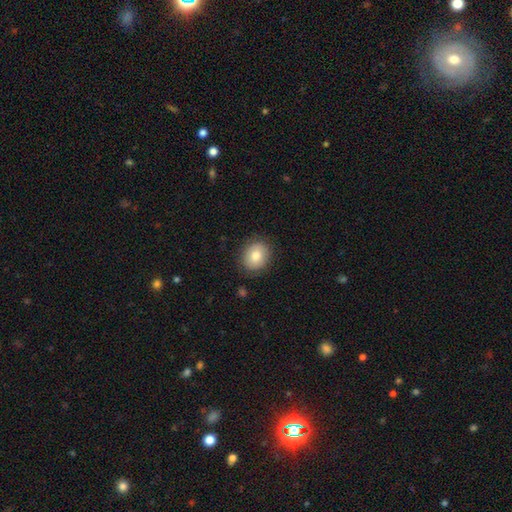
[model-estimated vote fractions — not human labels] Q: Smooth or featured?
A: smooth (80%); runner-up: featured or disk (12%)
Q: How rounded?
A: round (60%); runner-up: in between (39%)
Q: Merging?
A: none (86%); runner-up: minor disturbance (10%)